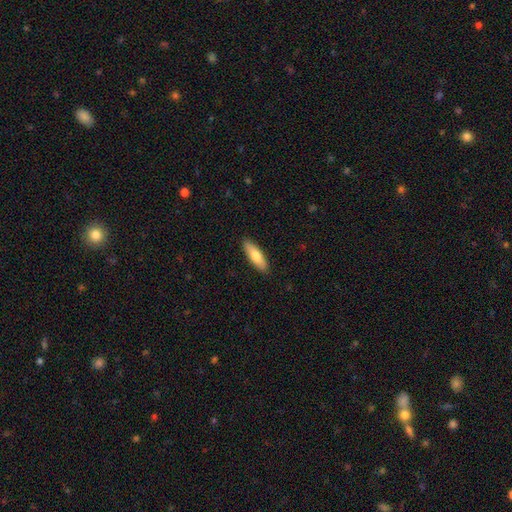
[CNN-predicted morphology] smooth 74%, featured or disk 21%, star or artifact 5%. Down the decision tree: how rounded — cigar-shaped (51%); merging — none (89%).